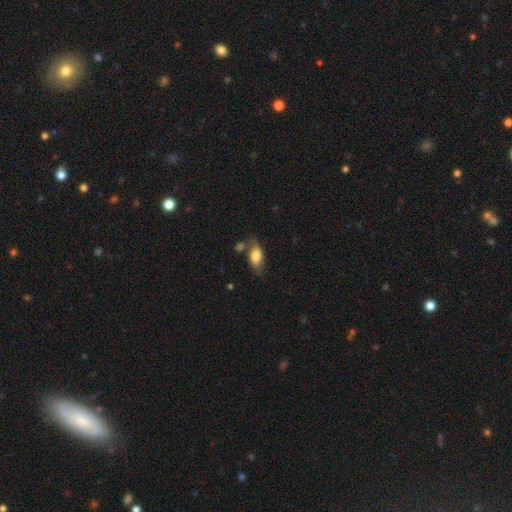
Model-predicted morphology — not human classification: Smooth or featured?
  - smooth: 71% *
  - featured or disk: 22%
  - star or artifact: 7%
How rounded?
  - in between: 86% *
  - cigar-shaped: 8%
  - round: 6%
Merging?
  - none: 55% *
  - minor disturbance: 22%
  - merger: 14%
  - major disturbance: 8%